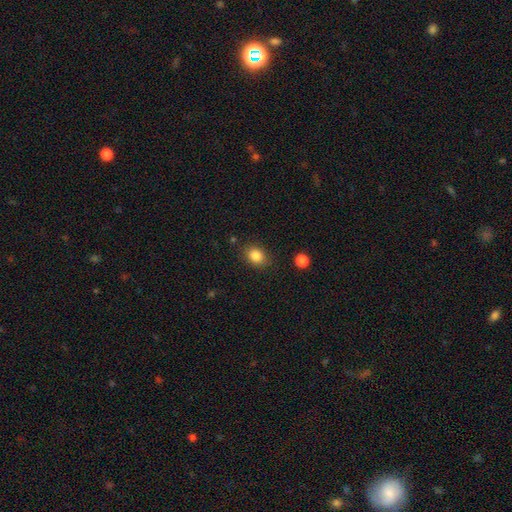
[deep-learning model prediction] The model was most divided on "how rounded": in between: 58%, round: 41%, cigar-shaped: 1%. More confident: smooth or featured — smooth (85%); merging — none (83%).